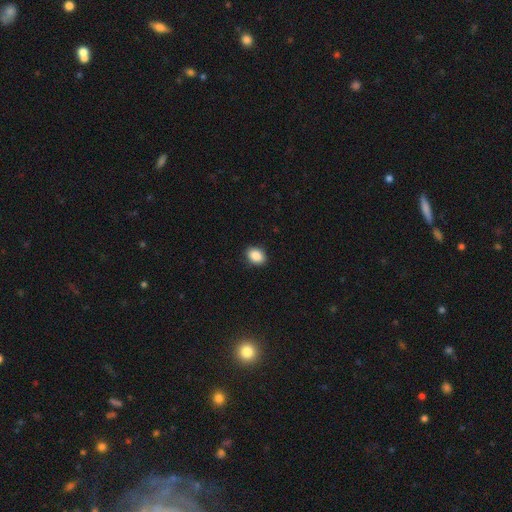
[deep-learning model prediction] smooth_or_featured: smooth (p=0.89) [alt: star or artifact p=0.08]
how_rounded: in between (p=0.71) [alt: round p=0.28]
merging: none (p=0.89) [alt: minor disturbance p=0.08]